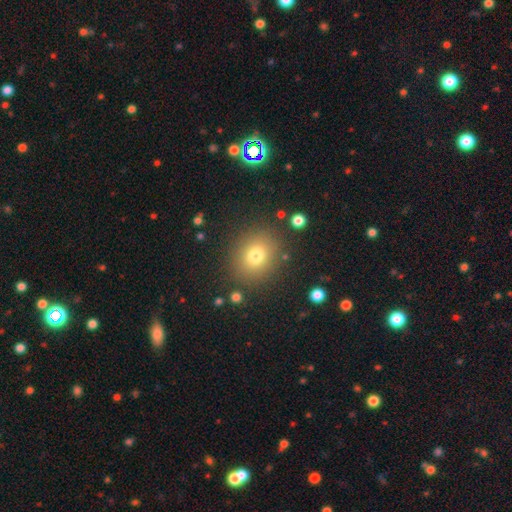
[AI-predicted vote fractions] Smooth or featured? Predicted: smooth (p=0.75). How rounded? Predicted: round (p=0.76). Merging? Predicted: none (p=0.86).